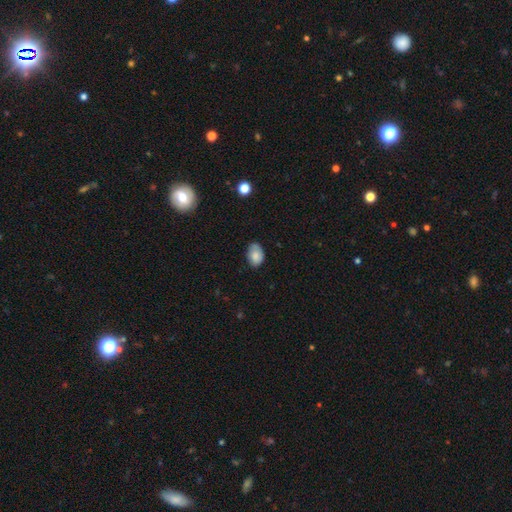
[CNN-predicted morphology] This appears to be a smooth galaxy with no disk features (81%) that is in between round and cigar-shaped (81%). Merging: none (65%).